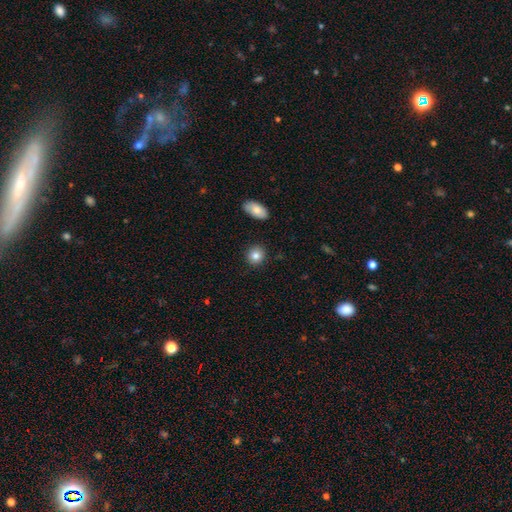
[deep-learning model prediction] Morphology: type=smooth (84%); roundness=round (83%); merging=none (88%).